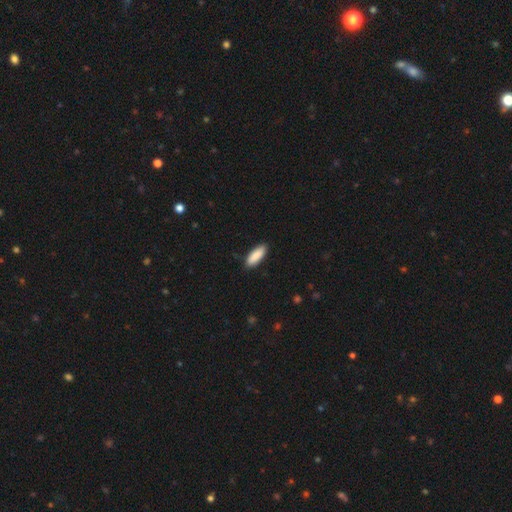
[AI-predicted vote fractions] The model was most divided on "how rounded": in between: 68%, cigar-shaped: 31%, round: 2%. More confident: smooth or featured — smooth (90%); merging — none (89%).